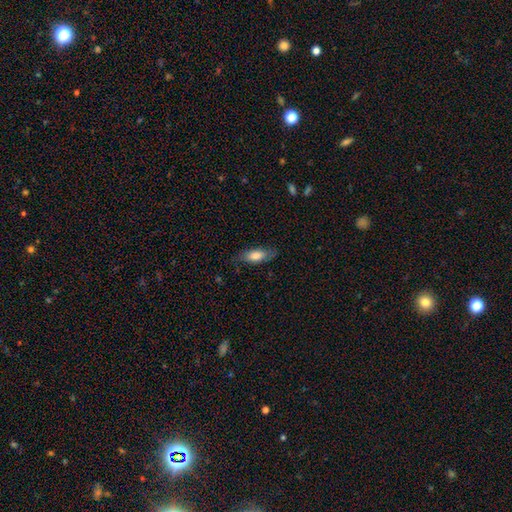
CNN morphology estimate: smooth-or-featured: smooth: 76% | featured or disk: 18% | star or artifact: 6%
  how-rounded: in between: 73% | cigar-shaped: 25% | round: 2%
  merging: none: 78% | minor disturbance: 17% | major disturbance: 4% | merger: 1%